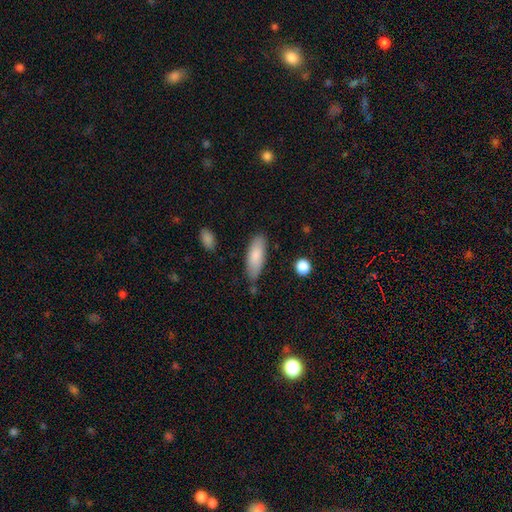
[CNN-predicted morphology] Smooth or featured: smooth — 83% (featured or disk — 11%)
How rounded: in between — 64% (cigar-shaped — 34%)
Merging: none — 74% (minor disturbance — 19%)